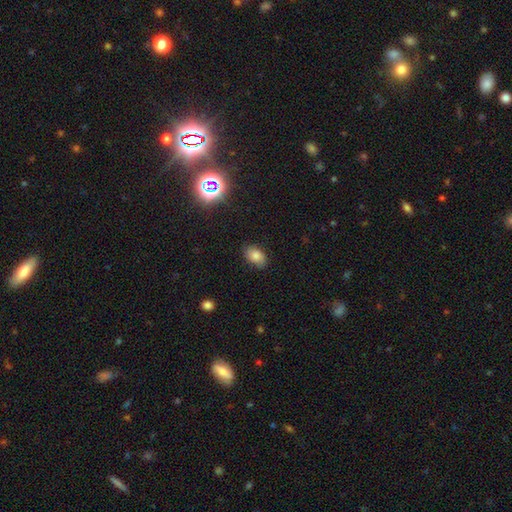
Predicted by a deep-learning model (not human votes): Smooth or featured?
  - smooth: 81% *
  - star or artifact: 11%
  - featured or disk: 8%
How rounded?
  - in between: 88% *
  - round: 10%
  - cigar-shaped: 1%
Merging?
  - none: 82% *
  - minor disturbance: 14%
  - major disturbance: 3%
  - merger: 1%